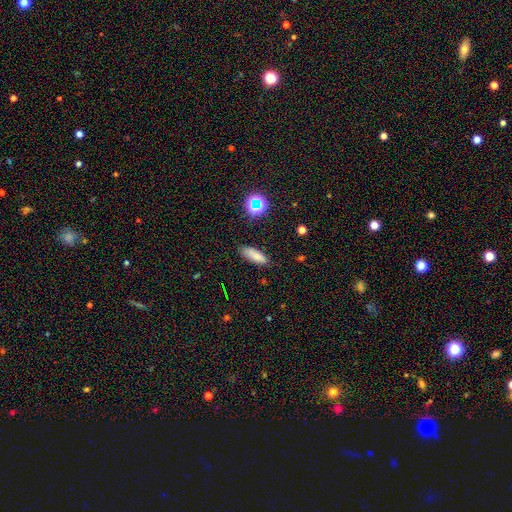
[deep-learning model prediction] Smooth or featured? smooth (76%)
How rounded? in between (60%)
Merging? none (80%)